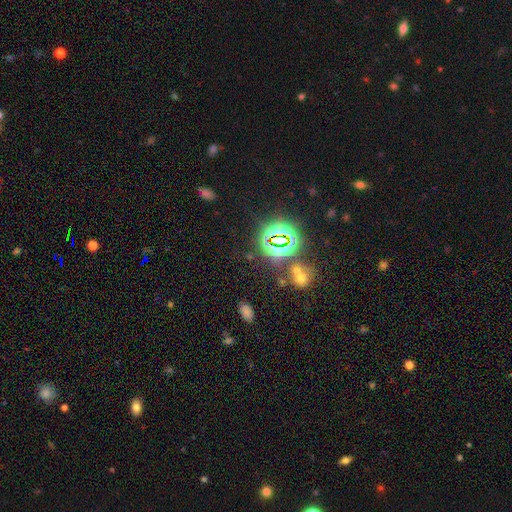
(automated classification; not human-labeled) This is likely a star or artifact rather than a galaxy (76%).